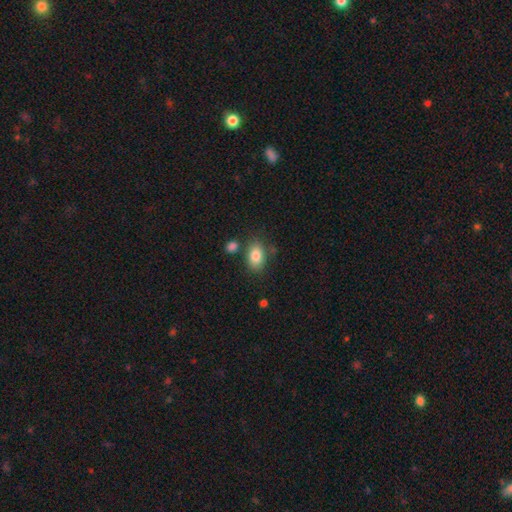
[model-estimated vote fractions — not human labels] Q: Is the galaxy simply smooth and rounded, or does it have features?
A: smooth — 84%.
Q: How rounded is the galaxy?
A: in between — 85%.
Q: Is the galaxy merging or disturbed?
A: none — 72%.